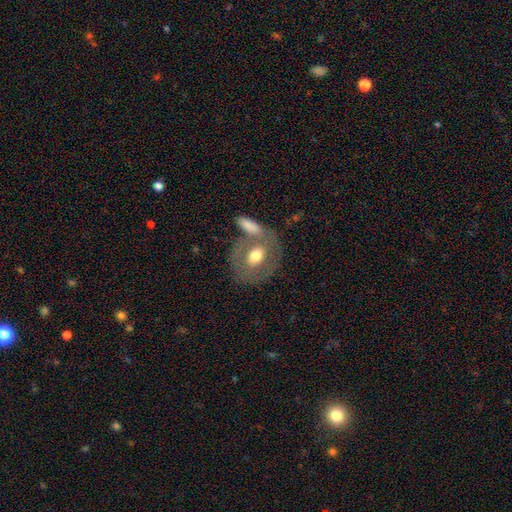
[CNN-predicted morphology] Smooth or featured: smooth — 52% (featured or disk — 41%)
How rounded: round — 51% (in between — 47%)
Merging: none — 61% (merger — 19%)